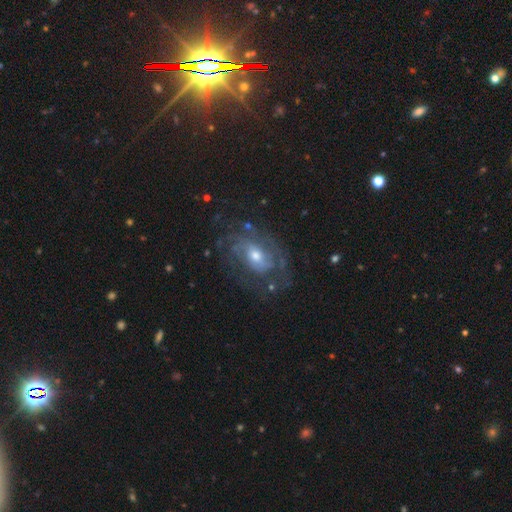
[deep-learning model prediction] Morphology: type=featured or disk (80%); edge-on=no (96%); bar=no (58%); spiral arms=yes (83%); winding=tight (51%); arm count=can't tell (46%); bulge=moderate (61%); merging=none (63%).